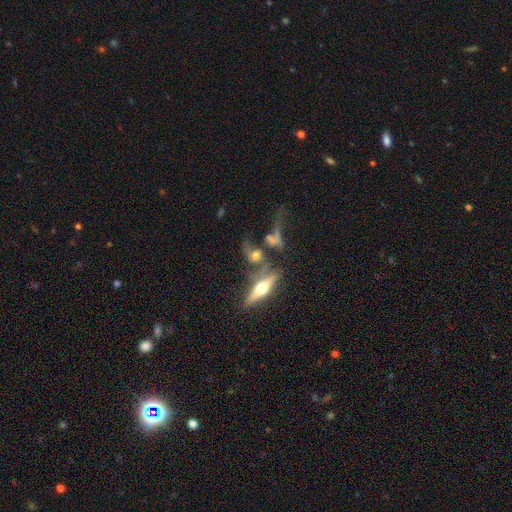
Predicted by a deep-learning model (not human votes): smooth_or_featured: featured or disk (p=0.61) [alt: smooth p=0.27]
disk_edge_on: no (p=0.60) [alt: yes p=0.40]
merging: merger (p=0.38) [alt: none p=0.30]